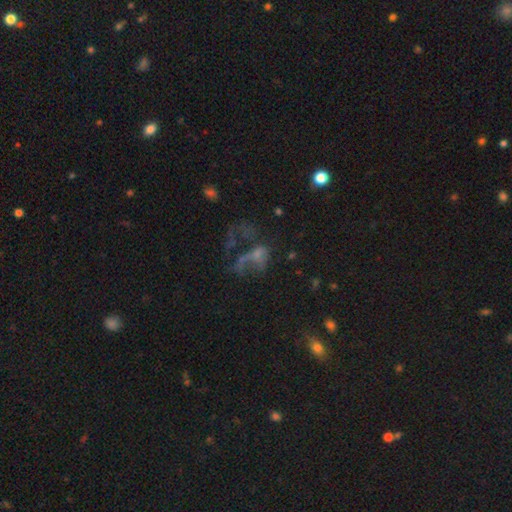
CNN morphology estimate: Smooth or featured? featured or disk (39%)
Merging? major disturbance (43%)